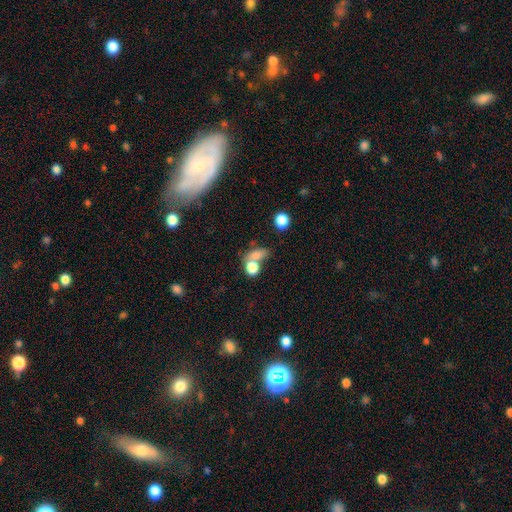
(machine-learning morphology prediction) type=smooth (74%); roundness=in between (55%); merging=merger (42%).